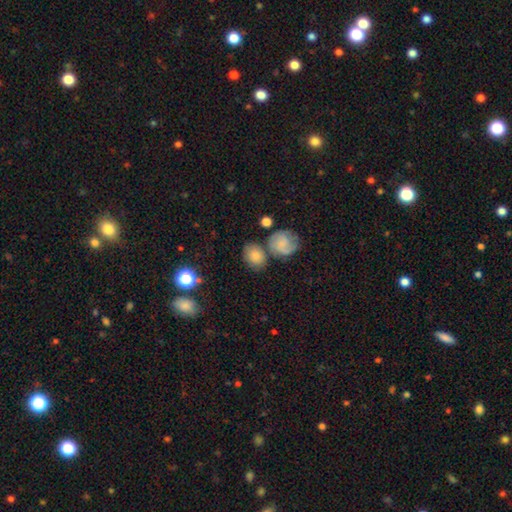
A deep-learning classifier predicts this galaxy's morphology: The model was most divided on "how rounded": round: 51%, in between: 47%, cigar-shaped: 1%. More confident: smooth or featured — smooth (76%); merging — none (59%).